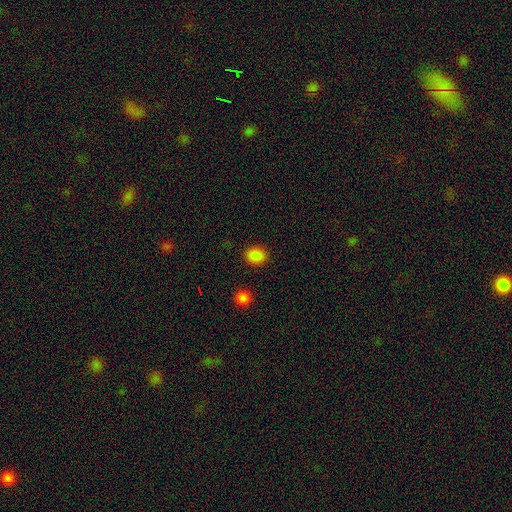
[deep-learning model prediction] A smooth galaxy with no disk features (86%) that is in between round and cigar-shaped (50%).

Vote fractions:
- Smooth or featured? smooth: 86% / star or artifact: 11% / featured or disk: 3%
- How rounded? in between: 50% / round: 49% / cigar-shaped: 1%
- Merging? none: 89% / minor disturbance: 7% / major disturbance: 2% / merger: 2%